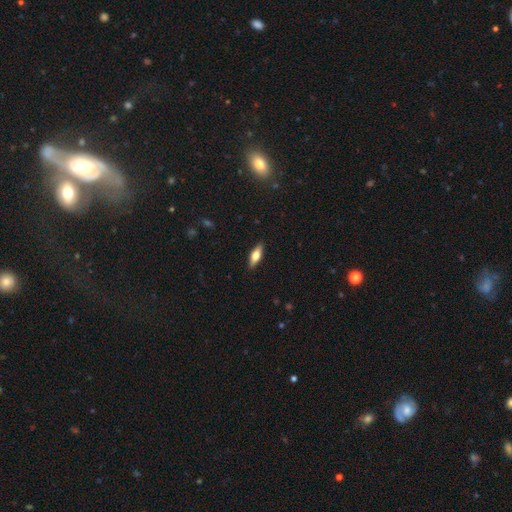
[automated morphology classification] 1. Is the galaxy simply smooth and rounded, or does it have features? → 56% smooth, 38% featured or disk, 6% star or artifact.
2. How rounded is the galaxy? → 57% in between, 40% cigar-shaped, 3% round.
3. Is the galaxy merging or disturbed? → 89% none, 8% minor disturbance, 2% major disturbance, 1% merger.